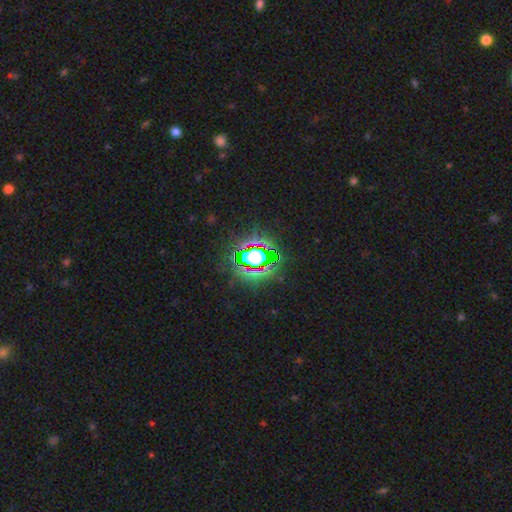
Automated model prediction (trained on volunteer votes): A star or artifact, not a galaxy (71%).

Vote fractions:
- Smooth or featured? star or artifact: 71% / smooth: 17% / featured or disk: 13%